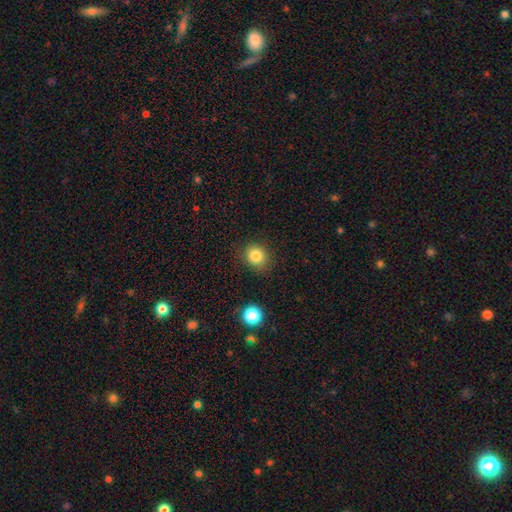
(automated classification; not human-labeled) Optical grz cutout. It shows a smooth galaxy with no disk features (83%) that is round (79%). Merging: none (86%).